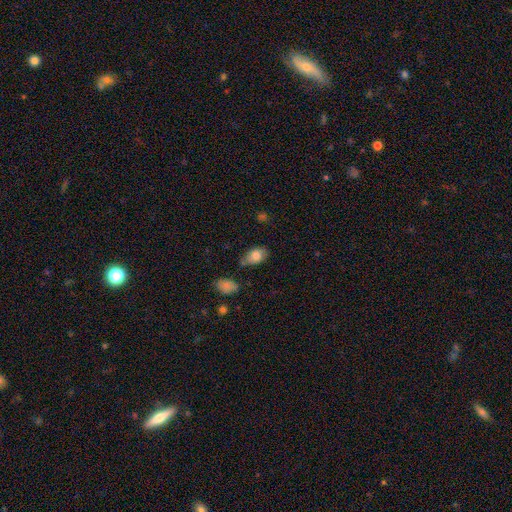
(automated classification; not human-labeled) Overall: smooth (79%). How rounded: in between (89%). Merging: none (63%; minor disturbance 27%).